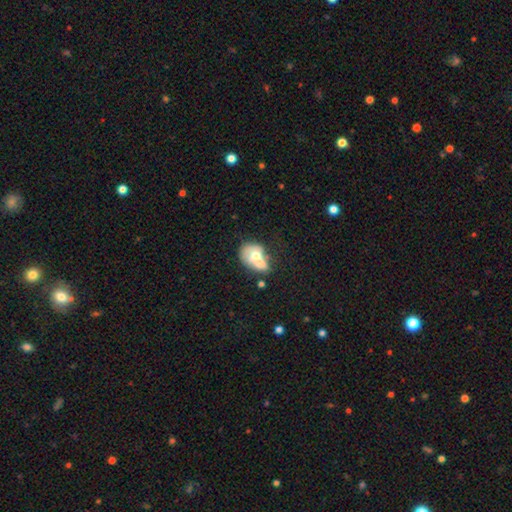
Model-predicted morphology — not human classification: Smooth or featured? smooth (55%)
How rounded? in between (74%)
Merging? merger (36%)